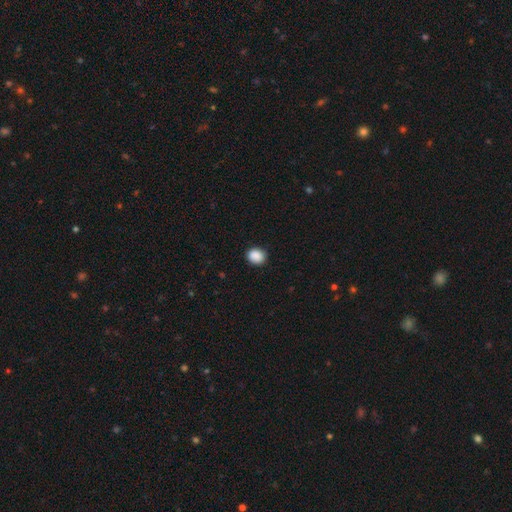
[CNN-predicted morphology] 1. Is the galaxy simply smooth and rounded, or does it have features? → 89% smooth, 9% star or artifact, 2% featured or disk.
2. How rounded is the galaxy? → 67% round, 32% in between, 1% cigar-shaped.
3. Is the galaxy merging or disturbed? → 88% none, 9% minor disturbance, 2% major disturbance, 1% merger.